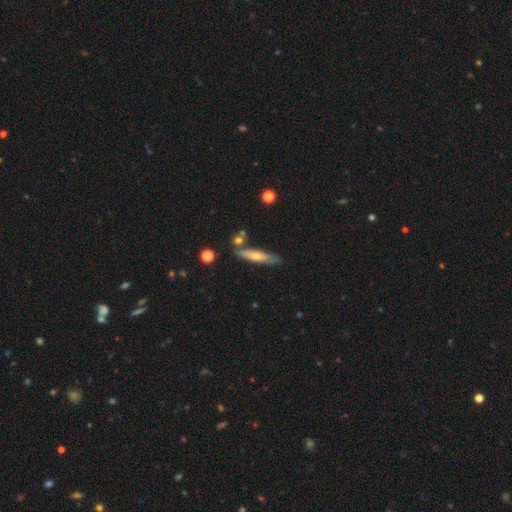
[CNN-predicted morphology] smooth-or-featured: smooth: 52% | featured or disk: 41% | star or artifact: 7%
  how-rounded: cigar-shaped: 86% | in between: 12% | round: 2%
  merging: none: 78% | minor disturbance: 13% | merger: 7% | major disturbance: 3%